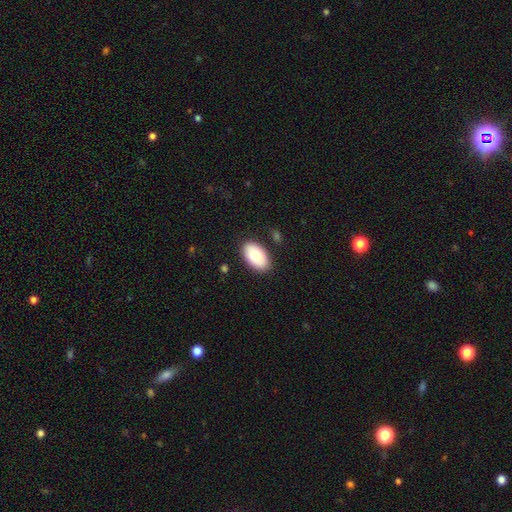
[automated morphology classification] The model was most divided on "smooth or featured": smooth: 81%, featured or disk: 13%, star or artifact: 6%. More confident: how rounded — in between (95%); merging — none (87%).